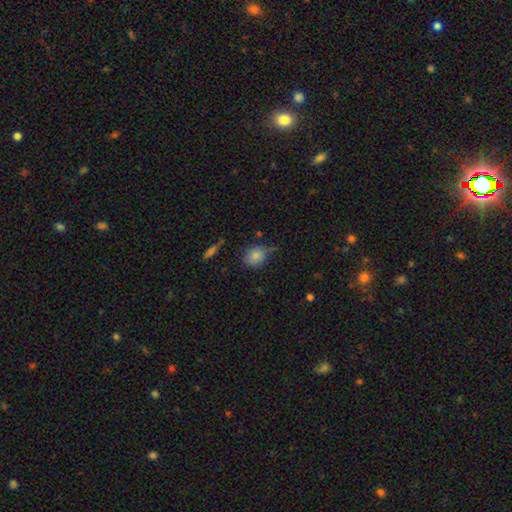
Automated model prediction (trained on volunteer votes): smooth_or_featured: smooth (p=0.81) [alt: star or artifact p=0.10]
how_rounded: round (p=0.66) [alt: in between p=0.33]
merging: none (p=0.55) [alt: minor disturbance p=0.32]